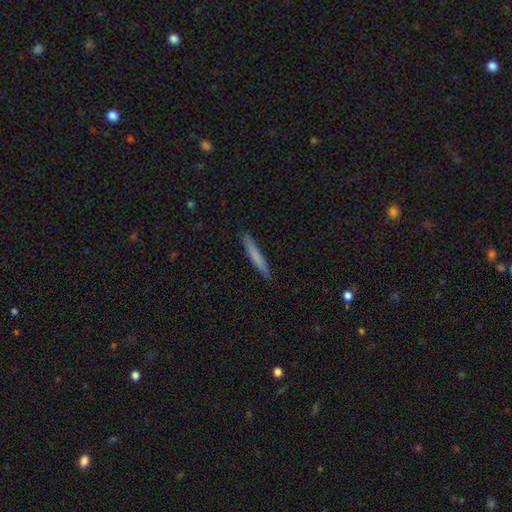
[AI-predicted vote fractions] Smooth or featured? Predicted: smooth (p=0.74). How rounded? Predicted: cigar-shaped (p=0.95). Merging? Predicted: none (p=0.90).